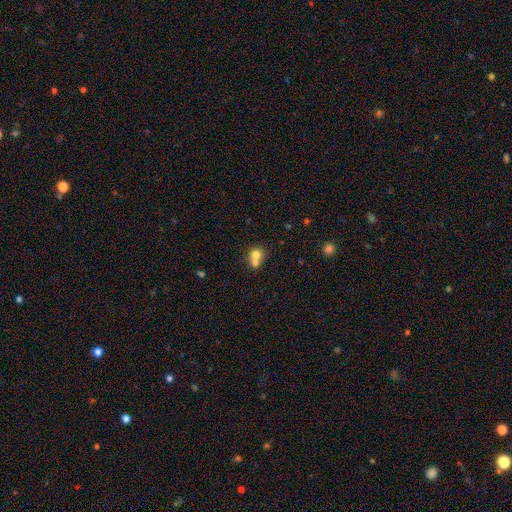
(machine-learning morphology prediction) type=smooth (72%); roundness=round (74%); merging=merger (62%).